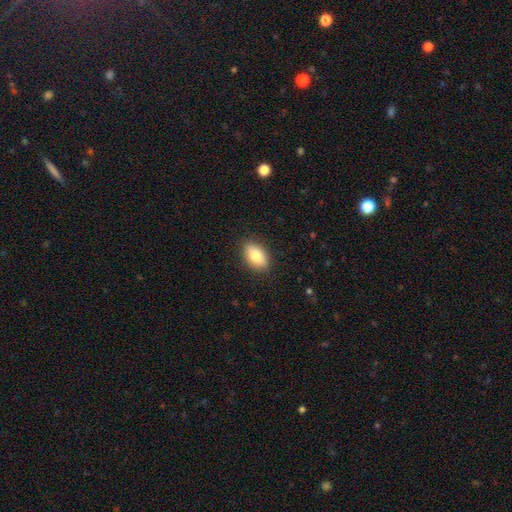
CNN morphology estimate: smooth-or-featured: smooth: 82% | featured or disk: 11% | star or artifact: 7%
  how-rounded: in between: 91% | round: 7% | cigar-shaped: 2%
  merging: none: 88% | minor disturbance: 9% | major disturbance: 2% | merger: 1%